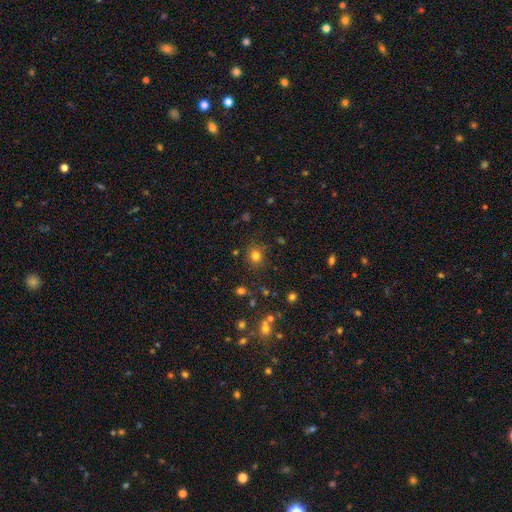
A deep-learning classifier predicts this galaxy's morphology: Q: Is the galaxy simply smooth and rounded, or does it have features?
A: smooth — 76%.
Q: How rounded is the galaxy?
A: round — 85%.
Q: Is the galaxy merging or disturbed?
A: none — 82%.